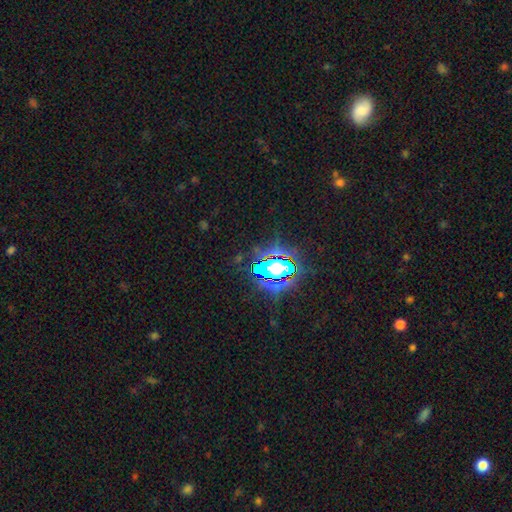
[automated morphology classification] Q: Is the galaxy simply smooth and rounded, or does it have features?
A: star or artifact — 82%.